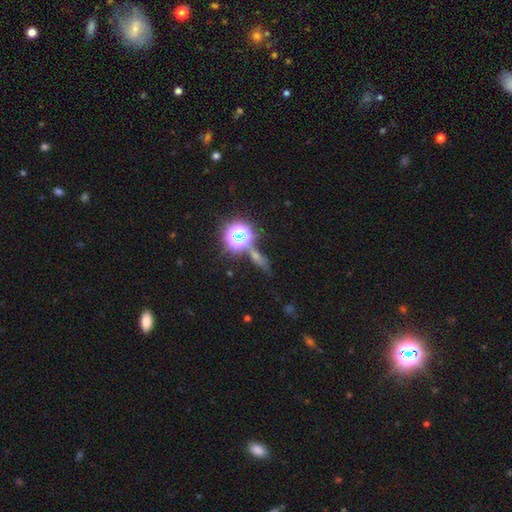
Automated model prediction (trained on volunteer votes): Smooth or featured? Predicted: star or artifact (p=0.56).